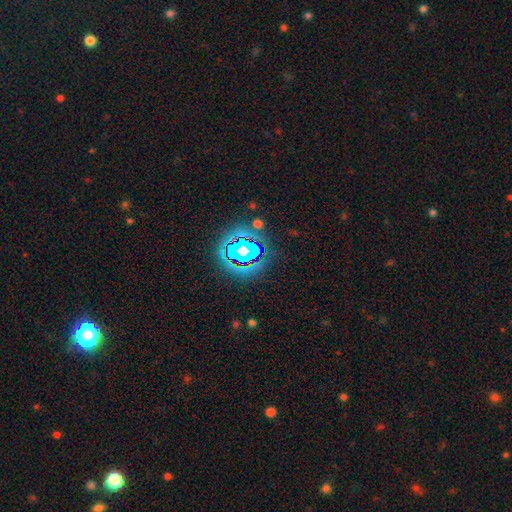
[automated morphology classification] star or artifact 83%, smooth 10%, featured or disk 7%.